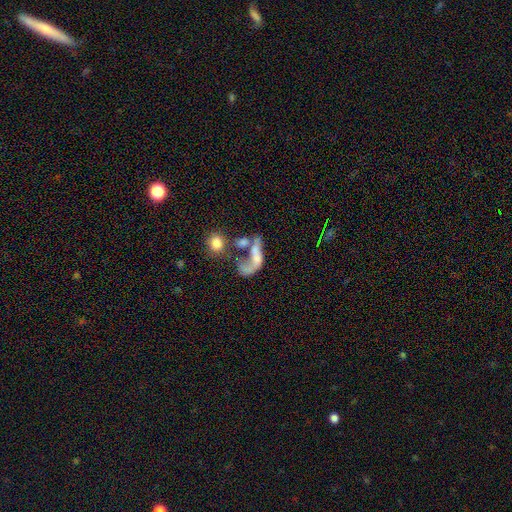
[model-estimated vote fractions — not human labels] Smooth or featured? Predicted: featured or disk (p=0.48). Merging? Predicted: merger (p=0.46).